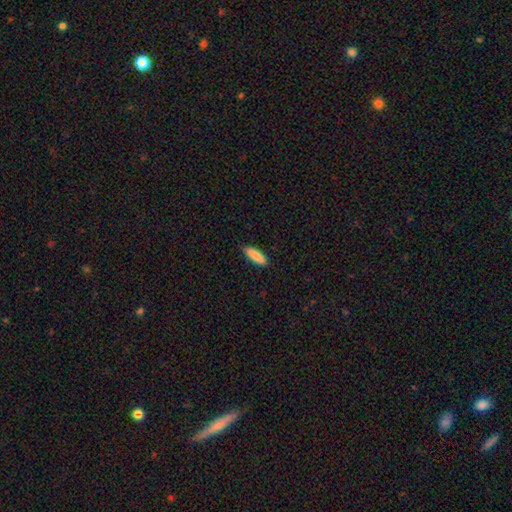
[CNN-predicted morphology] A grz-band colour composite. It shows a smooth galaxy with no disk features (87%) that is in between round and cigar-shaped (50%). Merging: none (86%).